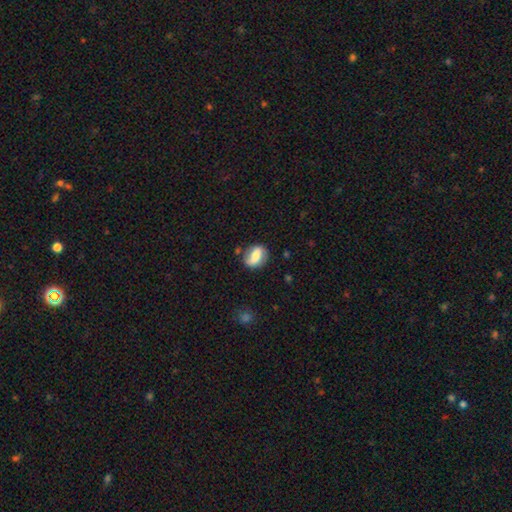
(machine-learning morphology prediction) smooth-or-featured: smooth: 55% | featured or disk: 37% | star or artifact: 8%
  how-rounded: in between: 64% | round: 32% | cigar-shaped: 3%
  merging: none: 72% | minor disturbance: 18% | major disturbance: 6% | merger: 3%